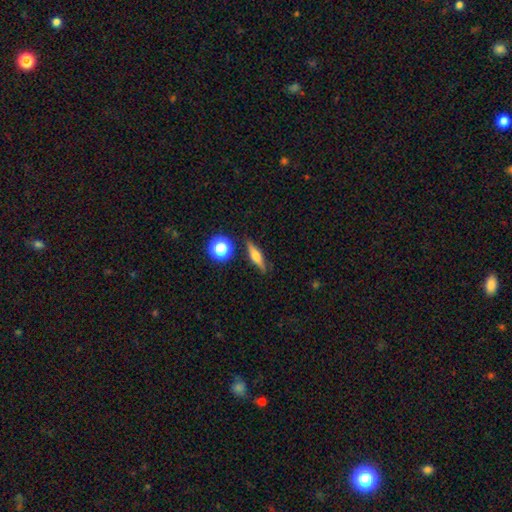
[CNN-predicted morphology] A smooth galaxy with no disk features (49%).

Vote fractions:
- Smooth or featured? smooth: 49% / featured or disk: 42% / star or artifact: 10%
- Merging? none: 85% / minor disturbance: 10% / merger: 3% / major disturbance: 2%